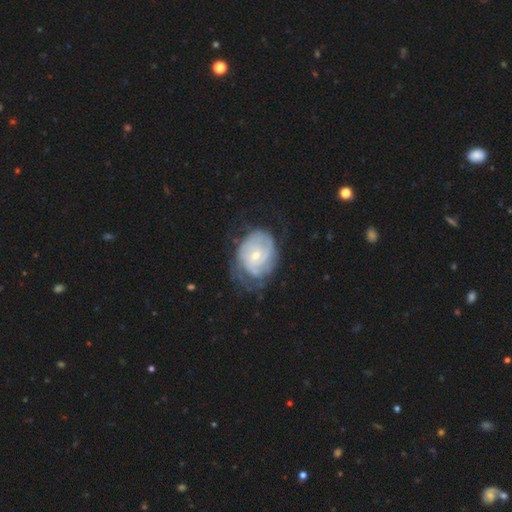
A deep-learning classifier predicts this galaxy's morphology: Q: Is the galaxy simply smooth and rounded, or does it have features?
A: featured or disk — 76%.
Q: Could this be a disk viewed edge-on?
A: no — 97%.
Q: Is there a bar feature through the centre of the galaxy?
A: no — 67%.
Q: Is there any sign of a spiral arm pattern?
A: yes — 87%.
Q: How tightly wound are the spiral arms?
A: tight — 64%.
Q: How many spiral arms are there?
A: can't tell — 48%.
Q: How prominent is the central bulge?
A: small — 60%.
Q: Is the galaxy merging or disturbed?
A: none — 52%.